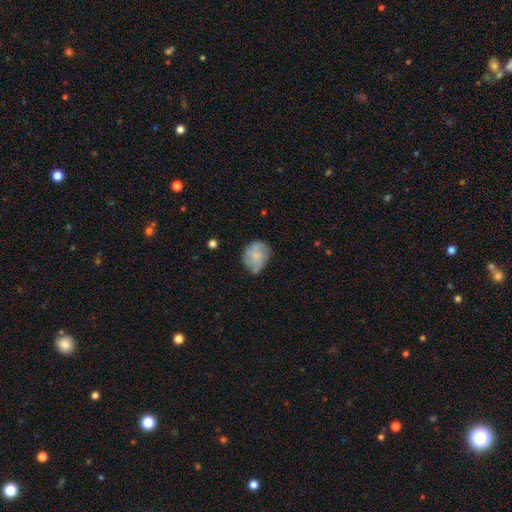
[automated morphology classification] Smooth or featured?
  - smooth: 56% *
  - featured or disk: 36%
  - star or artifact: 8%
How rounded?
  - round: 57% *
  - in between: 42%
  - cigar-shaped: 1%
Merging?
  - none: 60% *
  - minor disturbance: 29%
  - major disturbance: 8%
  - merger: 2%